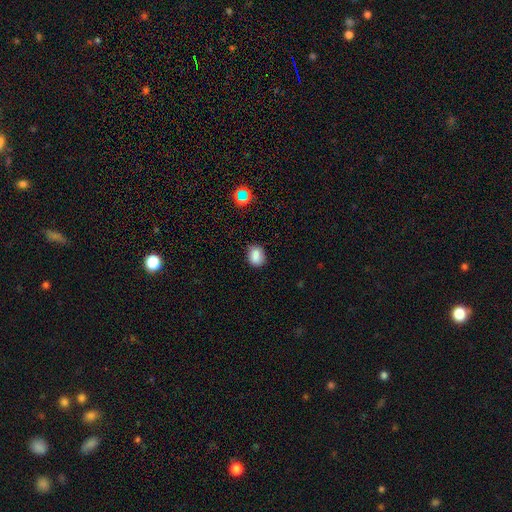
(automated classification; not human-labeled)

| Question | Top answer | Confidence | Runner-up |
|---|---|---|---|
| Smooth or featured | smooth | 83% | star or artifact (11%) |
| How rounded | round | 50% | in between (49%) |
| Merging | none | 79% | minor disturbance (16%) |